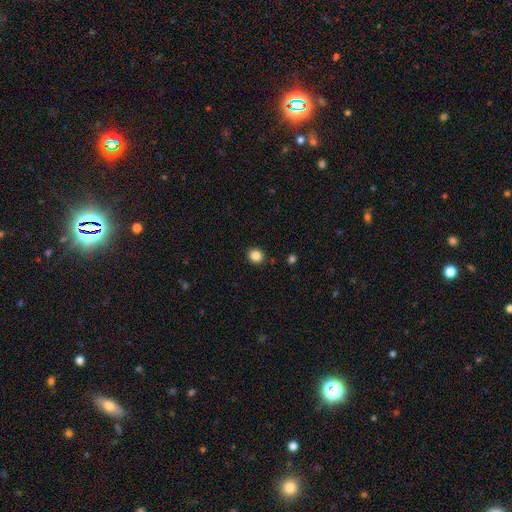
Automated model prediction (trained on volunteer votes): This appears to be a smooth galaxy with no disk features (85%) that is round (81%). Merging: none (90%).